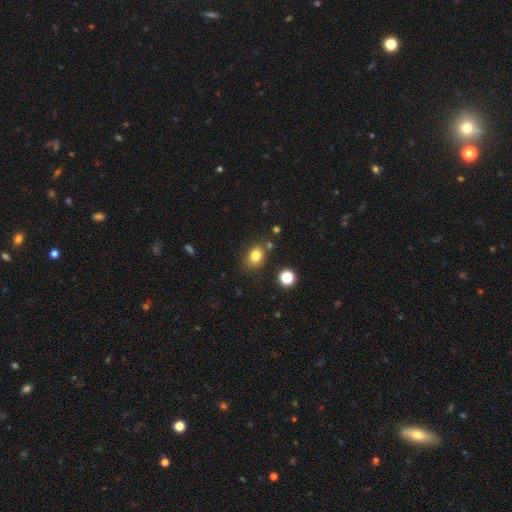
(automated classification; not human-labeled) Q: Smooth or featured?
A: smooth (81%); runner-up: star or artifact (12%)
Q: How rounded?
A: in between (58%); runner-up: round (41%)
Q: Merging?
A: none (76%); runner-up: minor disturbance (14%)